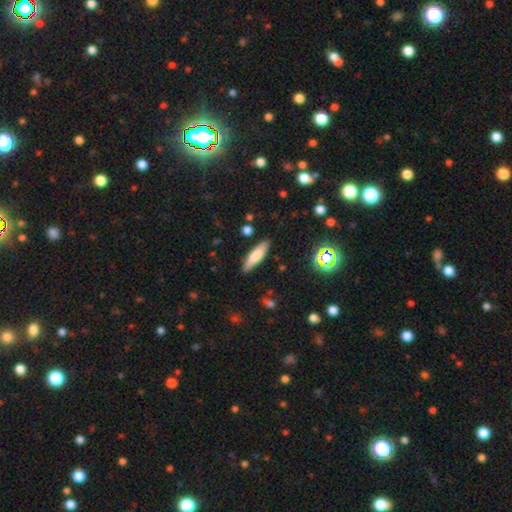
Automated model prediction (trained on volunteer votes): Smooth or featured? smooth (72%)
How rounded? cigar-shaped (64%)
Merging? none (87%)